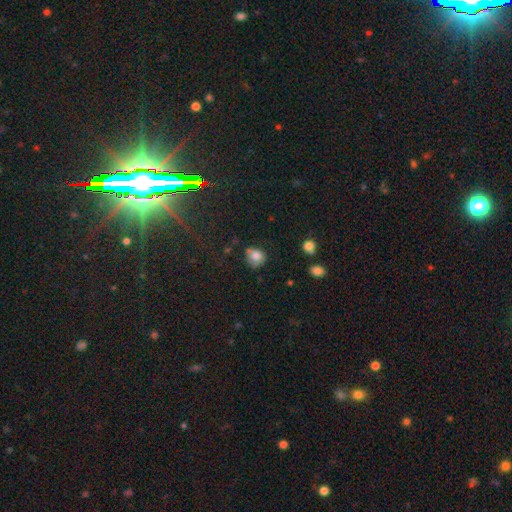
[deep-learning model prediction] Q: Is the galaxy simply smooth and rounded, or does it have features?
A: smooth — 78%.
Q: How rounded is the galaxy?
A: round — 72%.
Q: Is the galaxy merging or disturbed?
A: none — 55%.